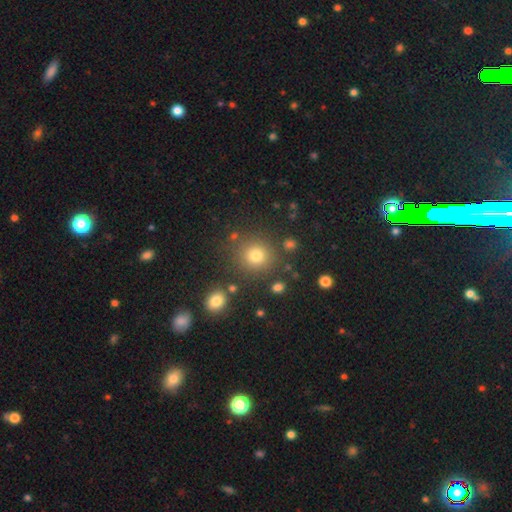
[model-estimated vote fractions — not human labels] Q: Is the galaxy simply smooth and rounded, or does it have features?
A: smooth — 77%.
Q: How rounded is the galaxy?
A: round — 90%.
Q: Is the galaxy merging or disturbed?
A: none — 83%.